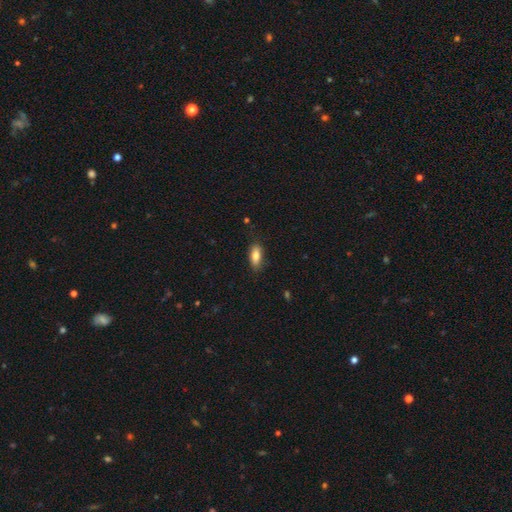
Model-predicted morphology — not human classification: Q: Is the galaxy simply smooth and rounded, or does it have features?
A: smooth — 81%.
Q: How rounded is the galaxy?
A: in between — 78%.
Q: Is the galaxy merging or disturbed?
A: none — 81%.